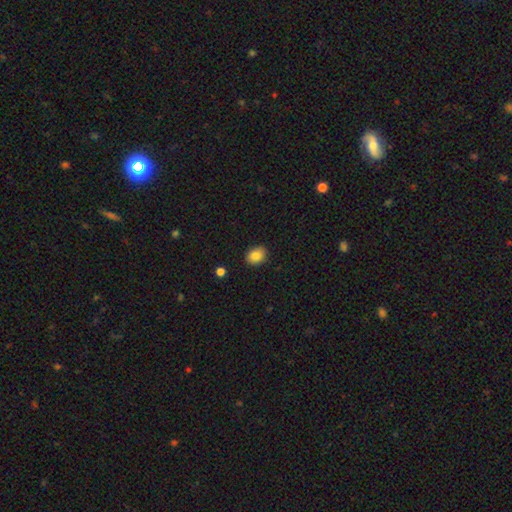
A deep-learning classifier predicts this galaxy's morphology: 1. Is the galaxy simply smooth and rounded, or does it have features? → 85% smooth, 9% star or artifact, 6% featured or disk.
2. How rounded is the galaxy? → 54% in between, 45% round, 1% cigar-shaped.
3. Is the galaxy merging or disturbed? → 89% none, 8% minor disturbance, 2% major disturbance, 1% merger.